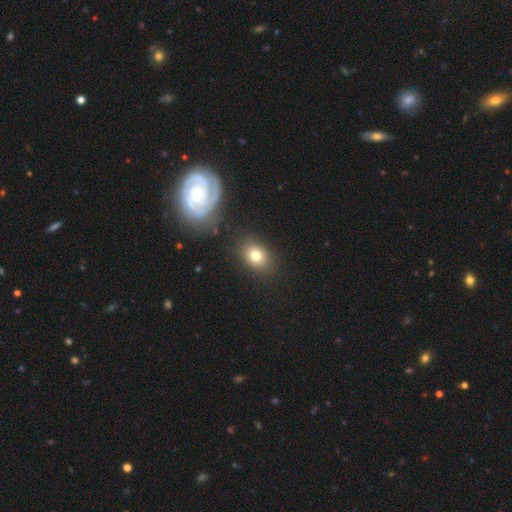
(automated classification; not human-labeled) smooth-or-featured: smooth: 76% | featured or disk: 12% | star or artifact: 12%
  how-rounded: in between: 57% | round: 42% | cigar-shaped: 1%
  merging: none: 82% | minor disturbance: 11% | major disturbance: 4% | merger: 3%